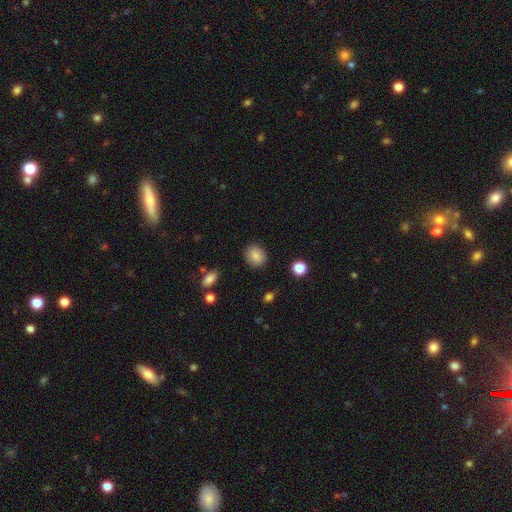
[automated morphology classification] smooth 86%, star or artifact 9%, featured or disk 6%. Down the decision tree: how rounded — round (56%); merging — none (86%).